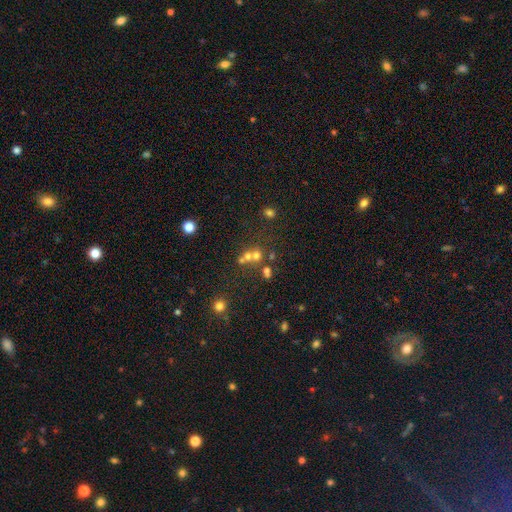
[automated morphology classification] smooth 57%, star or artifact 24%, featured or disk 18%. Down the decision tree: how rounded — round (83%); merging — merger (49%).